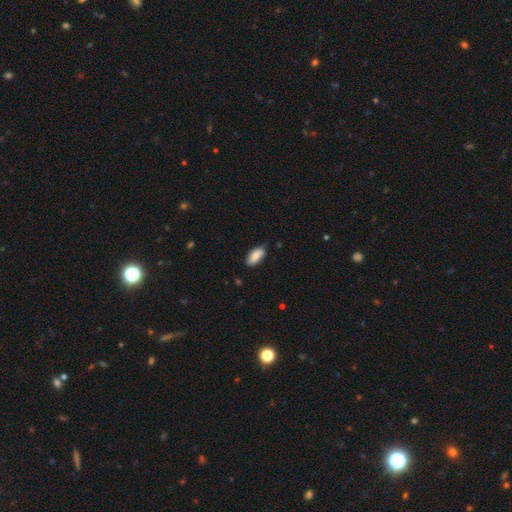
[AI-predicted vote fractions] This appears to be a smooth galaxy with no disk features (86%) that is in between round and cigar-shaped (88%). Merging: none (79%).